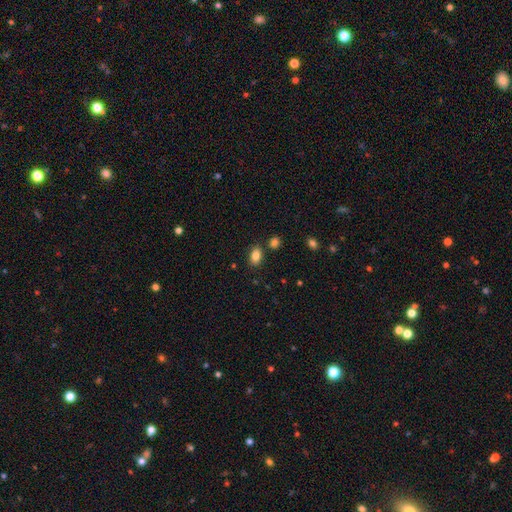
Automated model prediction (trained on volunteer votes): smooth 85%, star or artifact 10%, featured or disk 6%. Down the decision tree: how rounded — in between (84%); merging — none (80%).